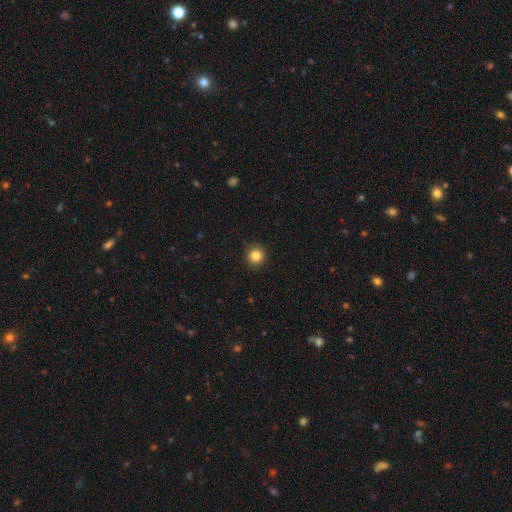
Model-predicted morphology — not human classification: Smooth or featured: smooth — 85% (star or artifact — 11%)
How rounded: round — 95% (in between — 4%)
Merging: none — 92% (minor disturbance — 5%)